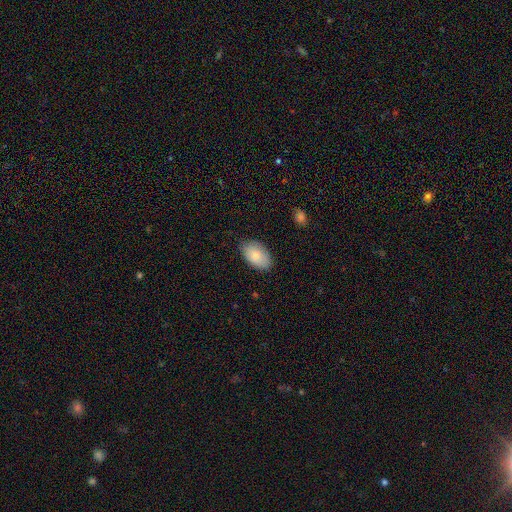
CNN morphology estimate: The model was most divided on "merging": none: 83%, minor disturbance: 14%, major disturbance: 3%, merger: 1%. More confident: how rounded — in between (93%); smooth or featured — smooth (82%).